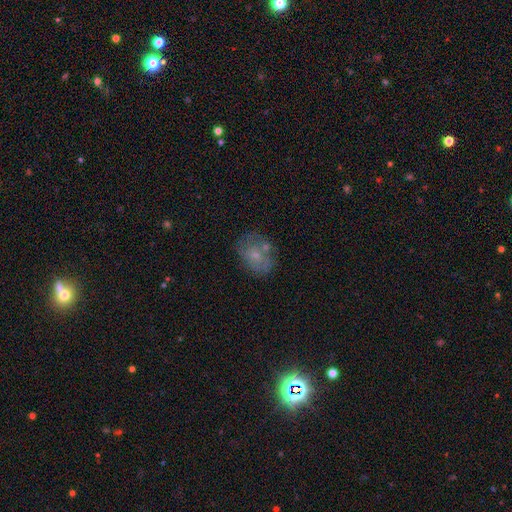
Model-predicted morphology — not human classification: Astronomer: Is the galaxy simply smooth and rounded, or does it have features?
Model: smooth — 56% (runner-up: featured or disk, 32%).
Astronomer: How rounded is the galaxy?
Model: in between — 63%.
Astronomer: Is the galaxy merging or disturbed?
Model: none — 58%.